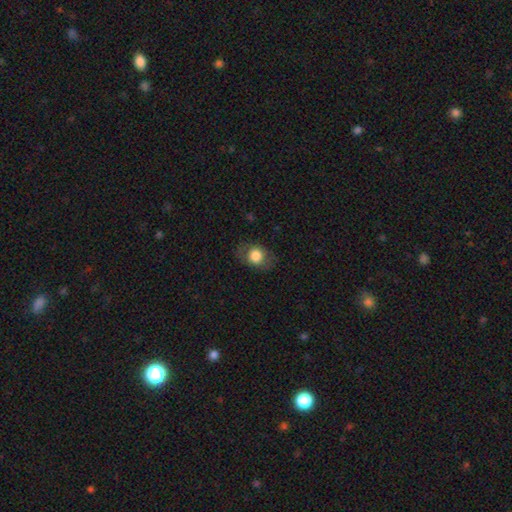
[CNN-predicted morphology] type=smooth (77%); roundness=in between (50%); merging=none (77%).